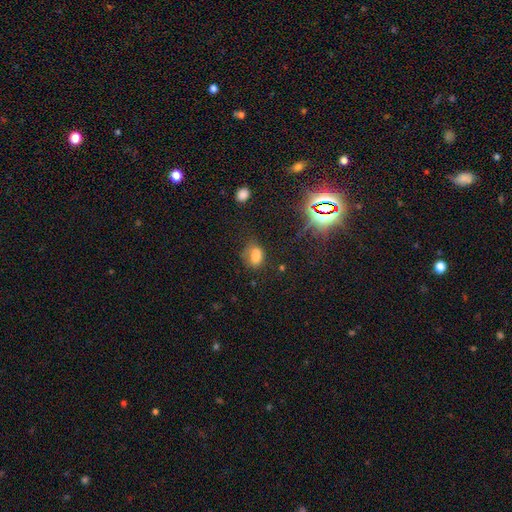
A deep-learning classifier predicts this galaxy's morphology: Q: Smooth or featured?
A: smooth (72%); runner-up: star or artifact (18%)
Q: How rounded?
A: in between (78%); runner-up: round (20%)
Q: Merging?
A: none (49%); runner-up: minor disturbance (27%)